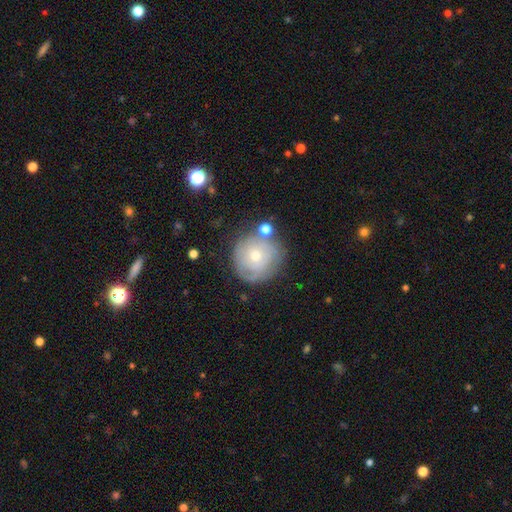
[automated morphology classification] A featured or disk galaxy (51%).

Vote fractions:
- Smooth or featured? featured or disk: 51% / smooth: 40% / star or artifact: 9%
- Edge-on disk? no: 97% / yes: 3%
- Merging? none: 71% / minor disturbance: 17% / merger: 6% / major disturbance: 6%